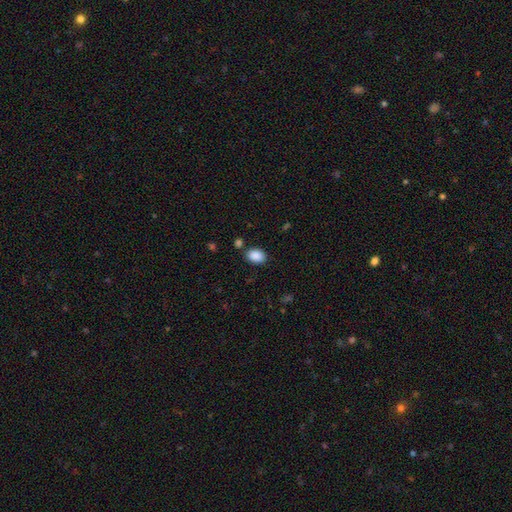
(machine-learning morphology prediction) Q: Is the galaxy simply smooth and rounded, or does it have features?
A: smooth — 89%.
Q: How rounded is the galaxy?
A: in between — 77%.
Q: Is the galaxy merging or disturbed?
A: none — 82%.